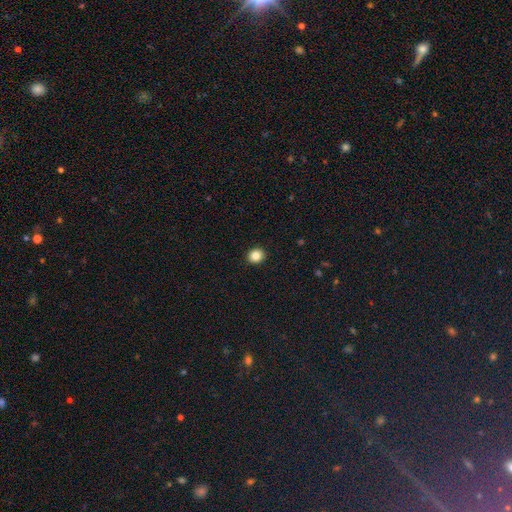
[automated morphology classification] The model was most divided on "how rounded": round: 77%, in between: 22%, cigar-shaped: 1%. More confident: merging — none (92%); smooth or featured — smooth (84%).